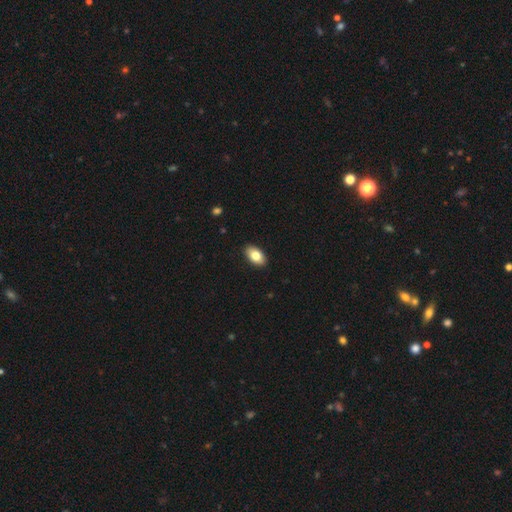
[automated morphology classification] The model was most divided on "smooth or featured": smooth: 80%, featured or disk: 13%, star or artifact: 7%. More confident: how rounded — in between (93%); merging — none (90%).